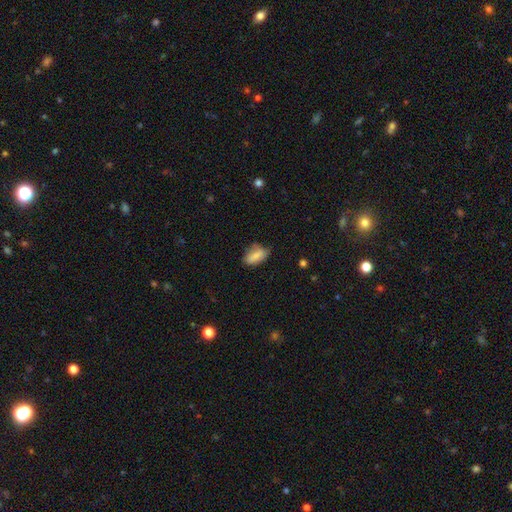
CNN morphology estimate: A smooth galaxy with no disk features (82%) that is in between round and cigar-shaped (87%). Merging: none (59%).